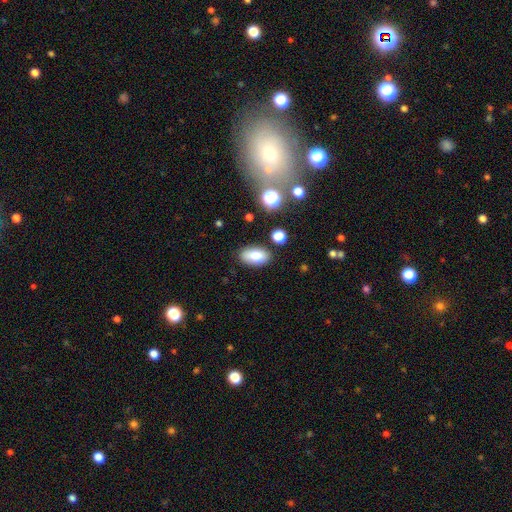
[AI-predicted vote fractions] This appears to be a smooth galaxy with no disk features (80%) that is in between round and cigar-shaped (92%). Merging: none (83%).